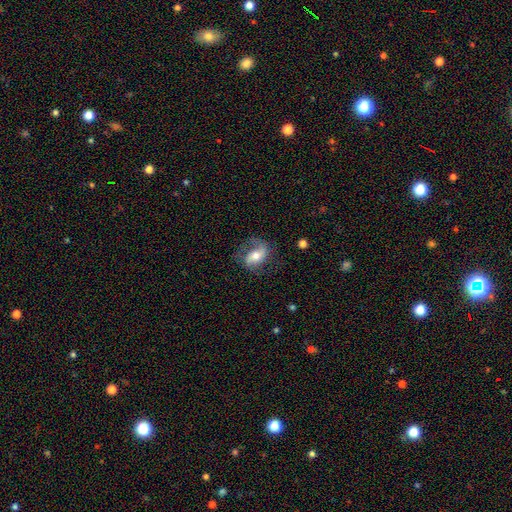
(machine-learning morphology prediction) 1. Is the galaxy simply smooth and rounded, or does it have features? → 61% featured or disk, 31% smooth, 8% star or artifact.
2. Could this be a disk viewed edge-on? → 95% no, 5% yes.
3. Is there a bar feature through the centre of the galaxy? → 40% no, 36% weak, 24% strong.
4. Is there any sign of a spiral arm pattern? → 86% yes, 14% no.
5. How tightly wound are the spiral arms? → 43% loose, 40% medium, 17% tight.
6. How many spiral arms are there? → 69% 2, 21% 1, 7% can't tell, 1% 3, 1% 4, 1% more than 4.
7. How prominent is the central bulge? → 67% moderate, 22% small, 8% large, 1% none, 1% dominant.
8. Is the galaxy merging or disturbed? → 61% none, 22% minor disturbance, 15% major disturbance, 2% merger.